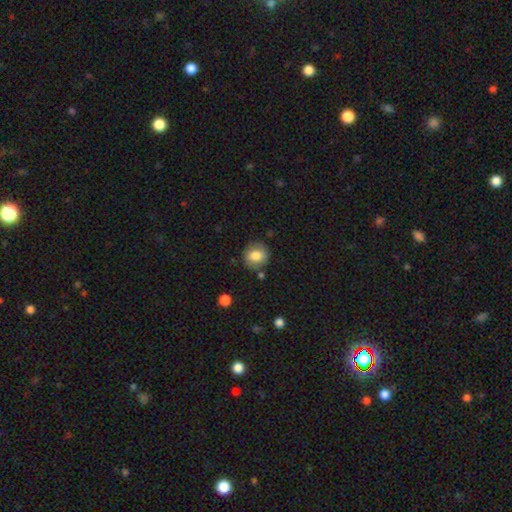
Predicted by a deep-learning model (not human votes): This is likely a smooth galaxy (77%). How rounded: likely round (79%). Merging: clearly none (80%).